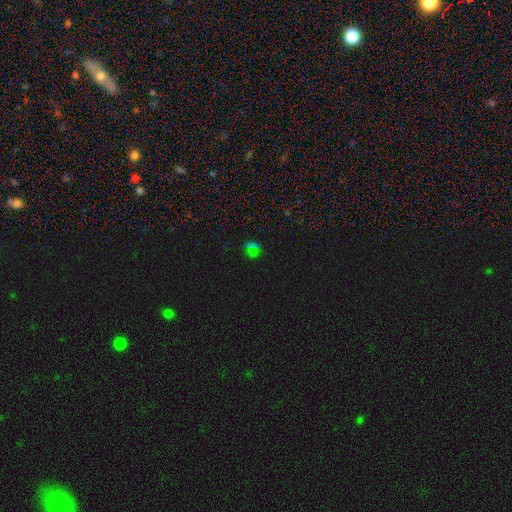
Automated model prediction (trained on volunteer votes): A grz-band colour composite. It shows a star or artifact, not a galaxy (50%).